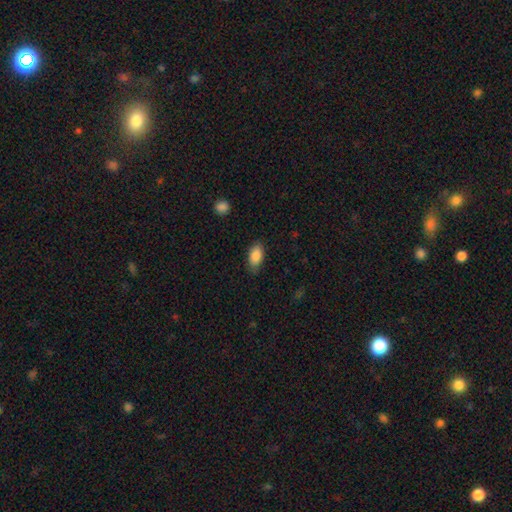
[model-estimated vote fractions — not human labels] Overall: smooth (87%). How rounded: in between (91%). Merging: none (80%).